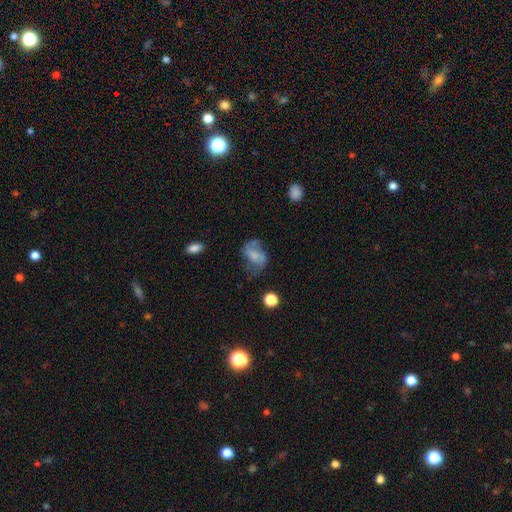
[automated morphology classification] Smooth or featured: featured or disk — 45% (tied with smooth — 45%)
Merging: none — 40% (minor disturbance — 27%)